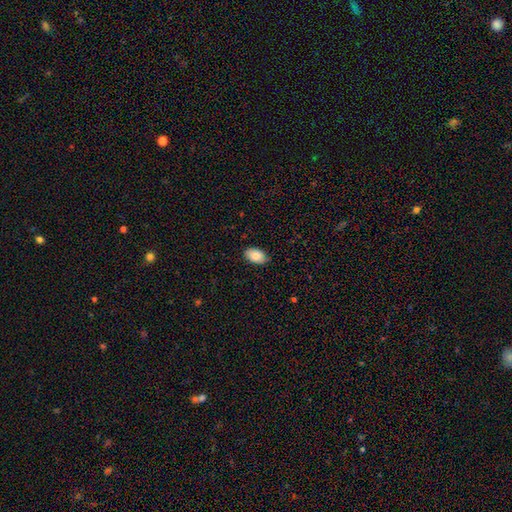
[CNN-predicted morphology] Smooth or featured? smooth (85%)
How rounded? in between (92%)
Merging? none (84%)